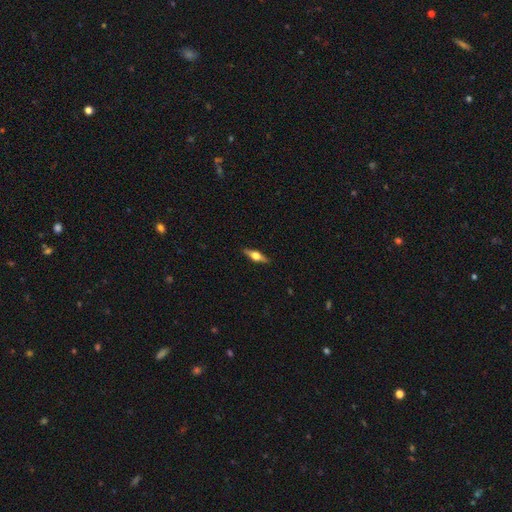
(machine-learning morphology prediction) A featured or disk galaxy (60%) viewed edge-on (95%) with a rounded central bulge (93%). Merging: none (88%).